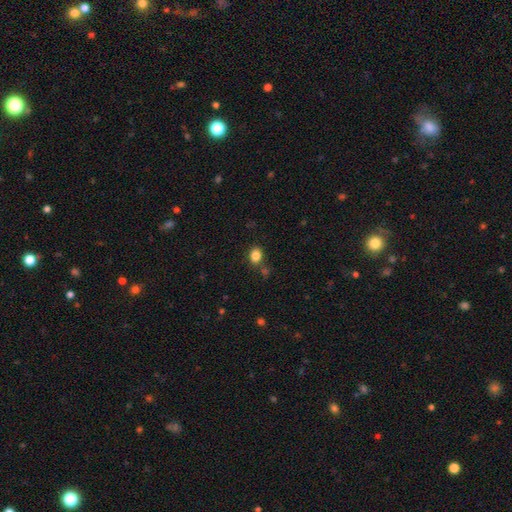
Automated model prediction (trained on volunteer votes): Morphology: type=smooth (84%); roundness=in between (52%); merging=none (76%).